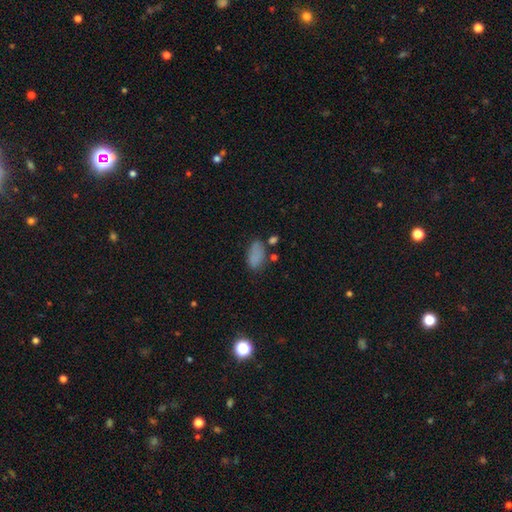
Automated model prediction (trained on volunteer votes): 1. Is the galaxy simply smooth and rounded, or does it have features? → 80% smooth, 12% star or artifact, 9% featured or disk.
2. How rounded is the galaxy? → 92% in between, 5% round, 3% cigar-shaped.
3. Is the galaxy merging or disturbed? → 61% none, 22% minor disturbance, 9% major disturbance, 8% merger.